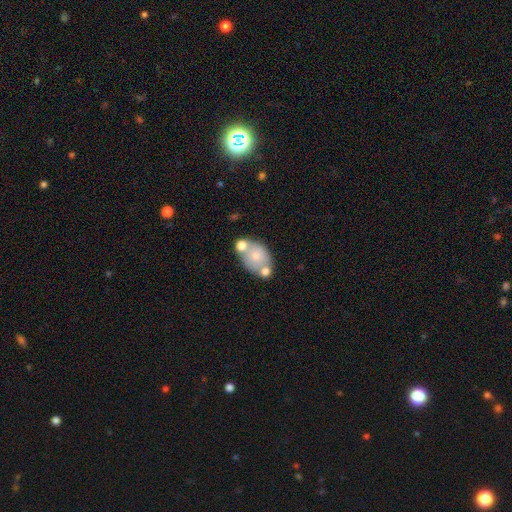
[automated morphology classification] smooth 67%, featured or disk 24%, star or artifact 8%. Down the decision tree: how rounded — in between (81%); merging — none (49%).